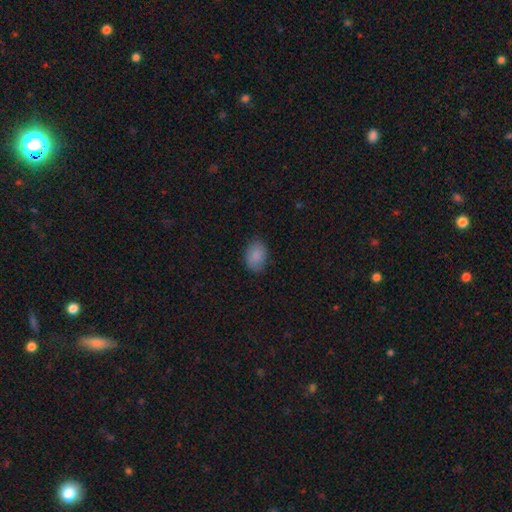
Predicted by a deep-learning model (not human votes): Q: Smooth or featured?
A: smooth (87%); runner-up: star or artifact (8%)
Q: How rounded?
A: in between (83%); runner-up: round (16%)
Q: Merging?
A: none (81%); runner-up: minor disturbance (15%)